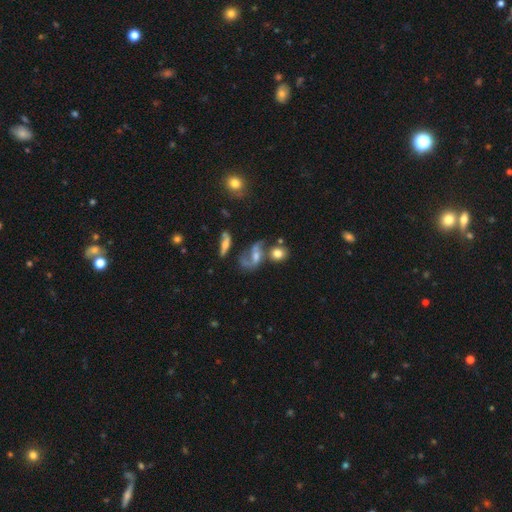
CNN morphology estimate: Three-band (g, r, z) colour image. It shows a featured or disk galaxy (60%) with no bar (57%), spiral arms (78%) and a moderate central bulge (47%). Merging: merger (33%).